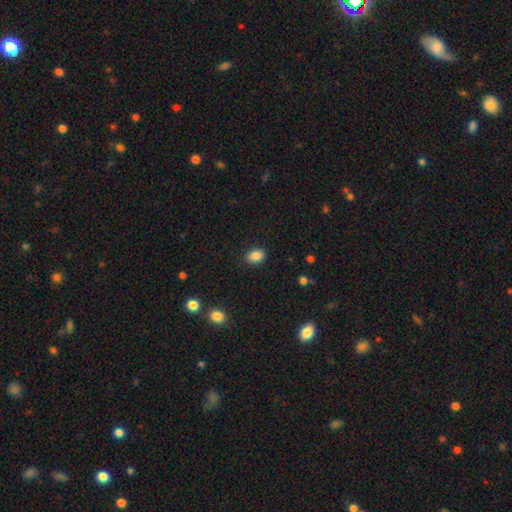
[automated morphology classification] Smooth or featured? Predicted: smooth (p=0.86). How rounded? Predicted: in between (p=0.76). Merging? Predicted: none (p=0.88).